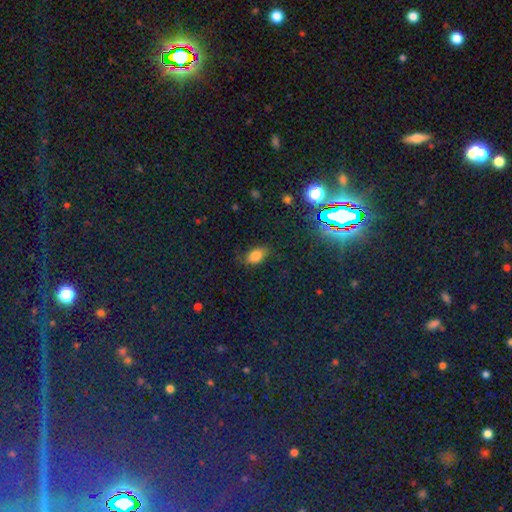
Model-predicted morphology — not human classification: A smooth galaxy with no disk features (76%) that is in between round and cigar-shaped (87%). Merging: none (72%).